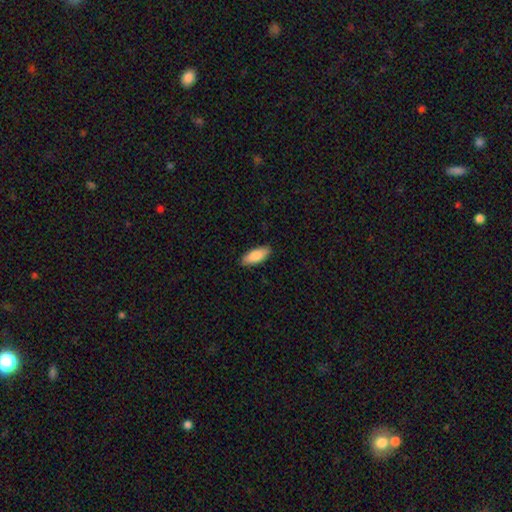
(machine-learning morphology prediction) Smooth or featured? Predicted: smooth (p=0.84). How rounded? Predicted: in between (p=0.80). Merging? Predicted: none (p=0.88).